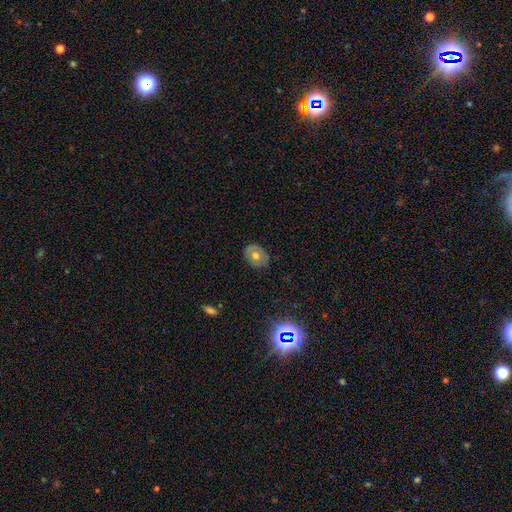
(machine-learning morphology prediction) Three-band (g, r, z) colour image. It shows a smooth galaxy with no disk features (58%) that is round (51%). Merging: none (80%).